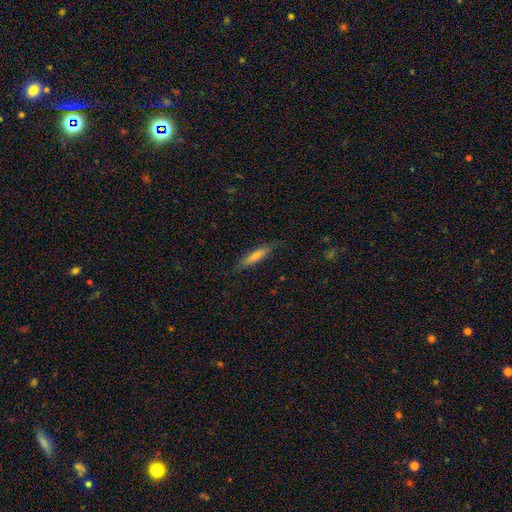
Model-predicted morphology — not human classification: Smooth or featured?
  - smooth: 64% *
  - featured or disk: 29%
  - star or artifact: 7%
How rounded?
  - cigar-shaped: 84% *
  - in between: 15%
  - round: 2%
Merging?
  - none: 85% *
  - minor disturbance: 12%
  - major disturbance: 2%
  - merger: 1%